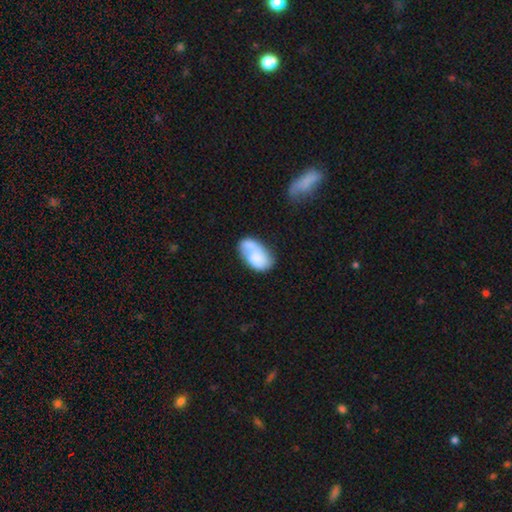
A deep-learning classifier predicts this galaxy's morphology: Overall: smooth (62%; featured or disk 31%). How rounded: in between (91%). Merging: none (35%; minor disturbance 26%).